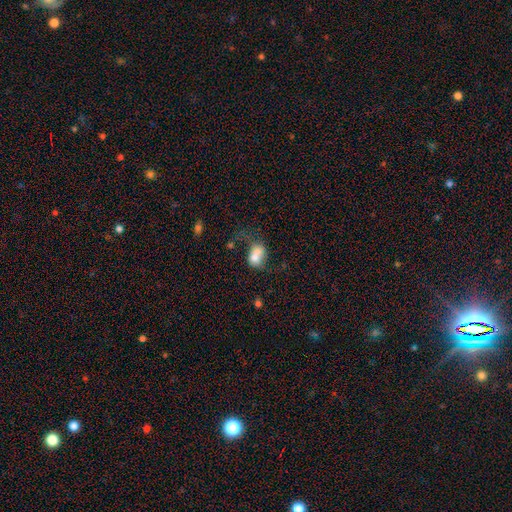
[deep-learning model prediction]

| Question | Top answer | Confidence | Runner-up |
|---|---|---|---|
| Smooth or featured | smooth | 66% | featured or disk (24%) |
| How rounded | in between | 56% | round (43%) |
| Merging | merger | 56% | none (20%) |